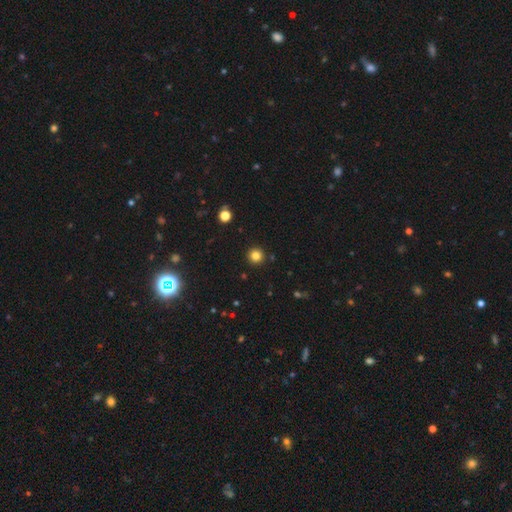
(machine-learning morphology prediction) Smooth or featured?
  - smooth: 82% *
  - star or artifact: 13%
  - featured or disk: 5%
How rounded?
  - round: 96% *
  - in between: 3%
  - cigar-shaped: 1%
Merging?
  - none: 92% *
  - minor disturbance: 5%
  - merger: 2%
  - major disturbance: 2%